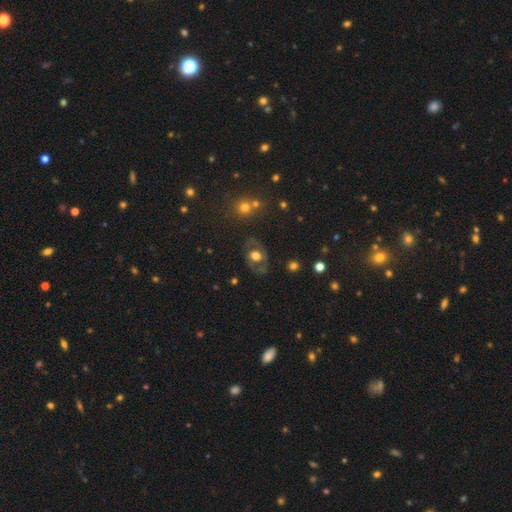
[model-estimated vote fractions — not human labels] Overall: featured or disk (49%; smooth 41%). Merging: none (72%).